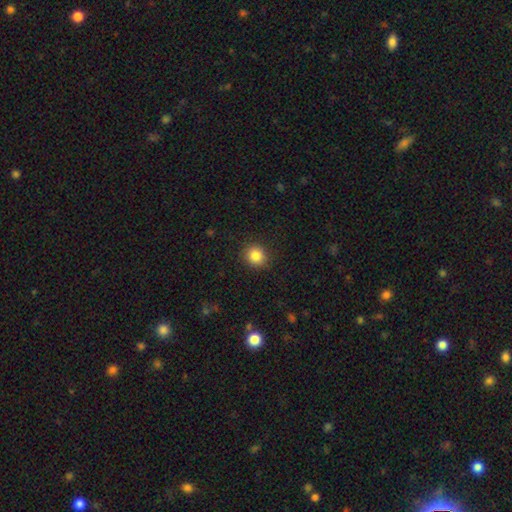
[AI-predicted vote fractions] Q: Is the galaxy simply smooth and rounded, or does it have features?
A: smooth — 84%.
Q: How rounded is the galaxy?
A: round — 87%.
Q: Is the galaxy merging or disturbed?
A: none — 90%.